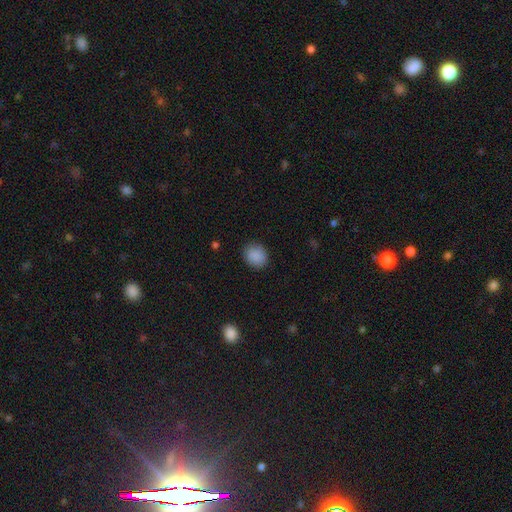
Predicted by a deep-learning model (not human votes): smooth_or_featured: smooth (p=0.88) [alt: star or artifact p=0.09]
how_rounded: round (p=0.70) [alt: in between p=0.29]
merging: none (p=0.87) [alt: minor disturbance p=0.09]